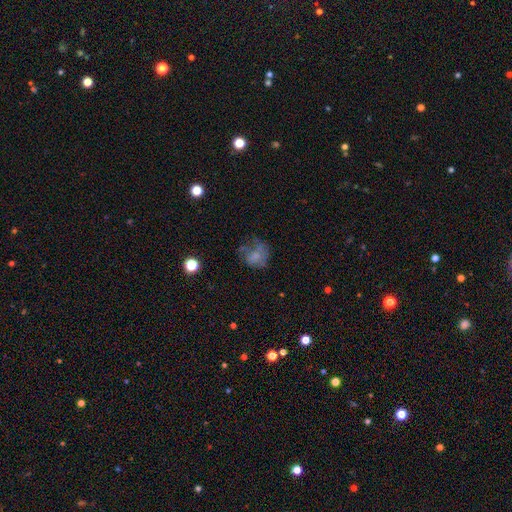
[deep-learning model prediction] This appears to be a smooth galaxy with no disk features (52%) that is round (64%). Merging: none (40%).